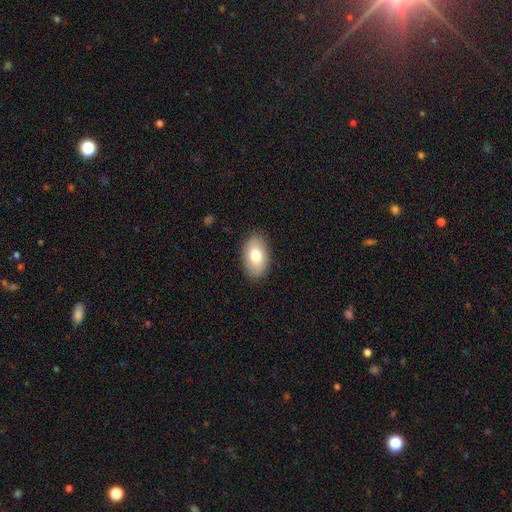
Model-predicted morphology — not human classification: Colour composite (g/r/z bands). It shows a smooth galaxy with no disk features (77%) that is in between round and cigar-shaped (91%). Merging: none (88%).